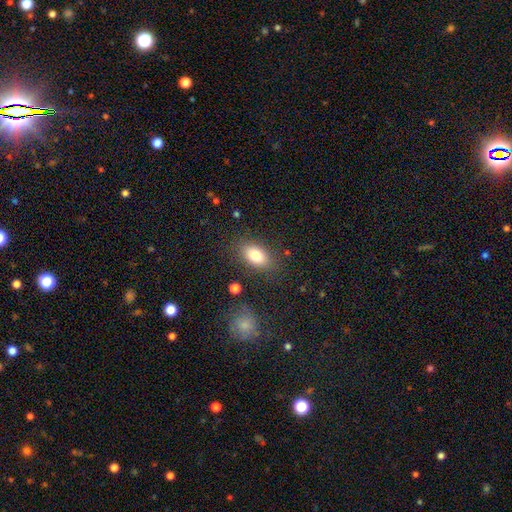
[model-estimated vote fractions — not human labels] Smooth or featured?
  - smooth: 81% *
  - featured or disk: 11%
  - star or artifact: 8%
How rounded?
  - in between: 89% *
  - round: 8%
  - cigar-shaped: 3%
Merging?
  - none: 82% *
  - minor disturbance: 11%
  - major disturbance: 4%
  - merger: 2%